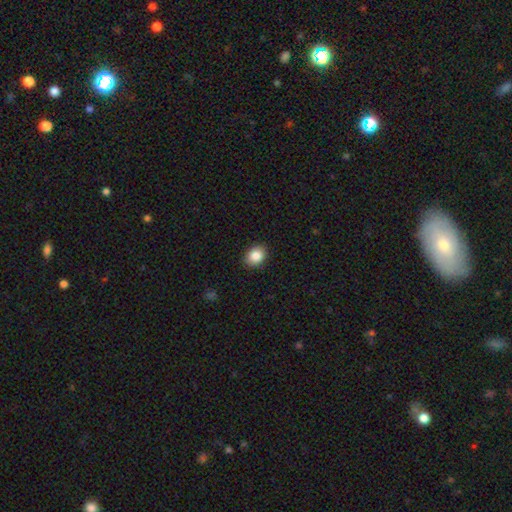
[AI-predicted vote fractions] Smooth or featured? smooth (86%)
How rounded? in between (56%)
Merging? none (89%)